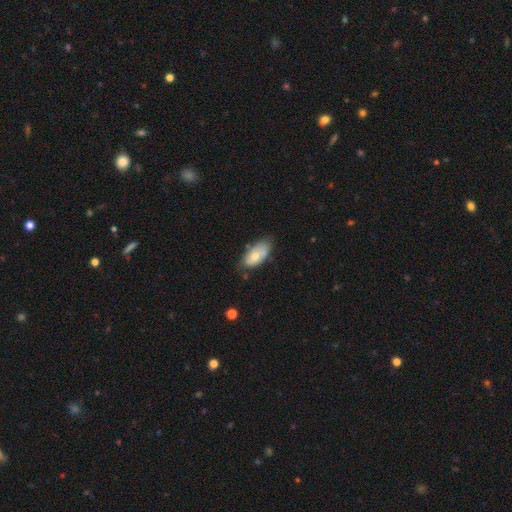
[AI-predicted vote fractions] smooth-or-featured: smooth: 67% | featured or disk: 26% | star or artifact: 6%
  how-rounded: in between: 92% | cigar-shaped: 5% | round: 3%
  merging: none: 60% | minor disturbance: 30% | major disturbance: 6% | merger: 4%